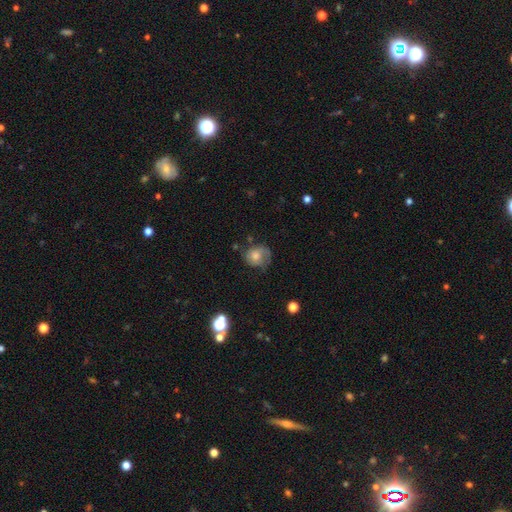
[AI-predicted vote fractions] A smooth galaxy with no disk features (52%) that is round (71%). Merging: none (52%).